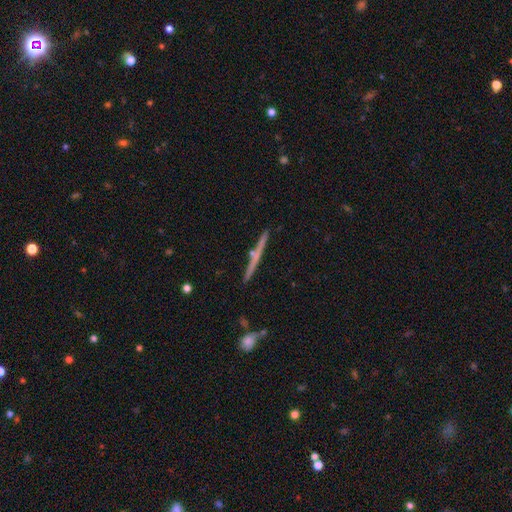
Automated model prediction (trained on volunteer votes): Smooth or featured?
  - featured or disk: 61% *
  - smooth: 32%
  - star or artifact: 7%
Edge-on disk?
  - yes: 98% *
  - no: 2%
Edge-on bulge?
  - none: 70% *
  - rounded: 24%
  - boxy: 6%
Merging?
  - none: 88% *
  - minor disturbance: 7%
  - merger: 3%
  - major disturbance: 2%